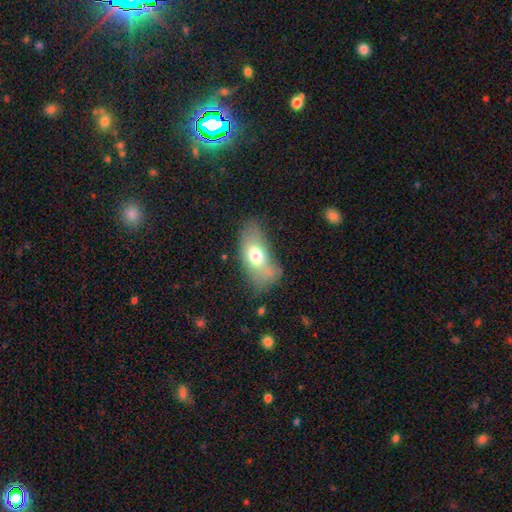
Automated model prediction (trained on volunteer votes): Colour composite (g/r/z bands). It shows a smooth galaxy with no disk features (67%) that is in between round and cigar-shaped (87%). Merging: none (55%).